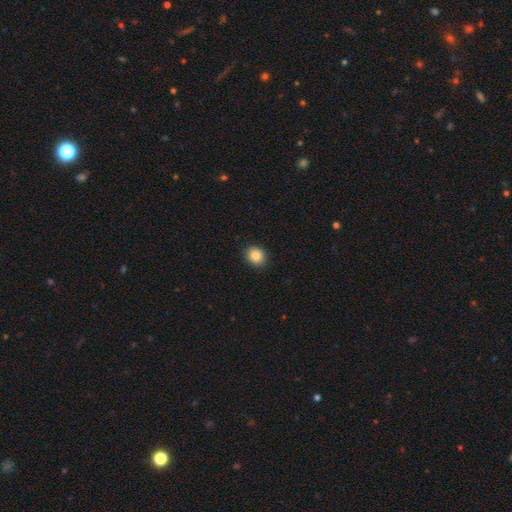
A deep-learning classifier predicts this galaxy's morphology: The model was most divided on "how rounded": round: 69%, in between: 30%, cigar-shaped: 1%. More confident: merging — none (89%); smooth or featured — smooth (88%).